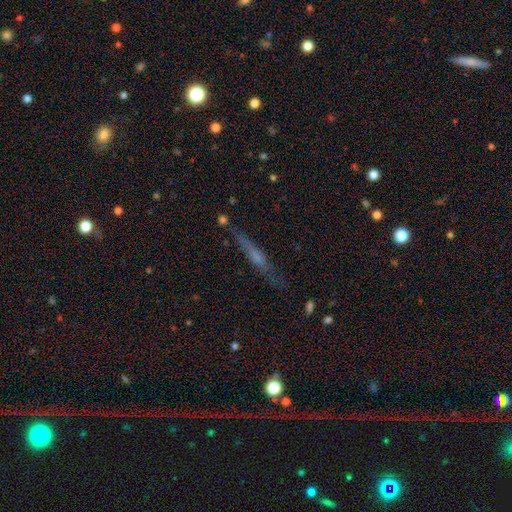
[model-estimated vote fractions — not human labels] Overall: featured or disk (50%; smooth 38%). Edge-on disk: yes (89%). Merging: none (74%).